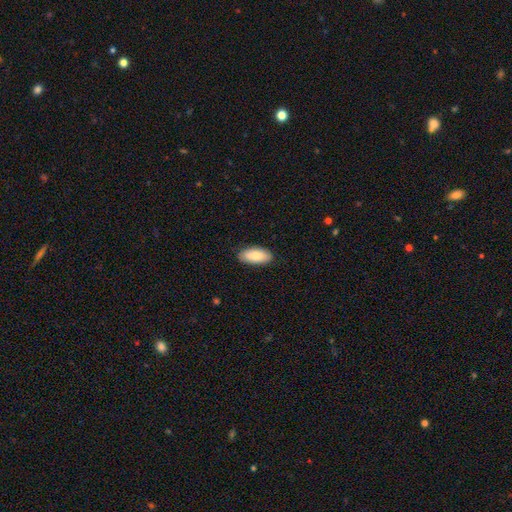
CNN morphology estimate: A smooth galaxy with no disk features (84%) that is in between round and cigar-shaped (89%). Merging: none (88%).